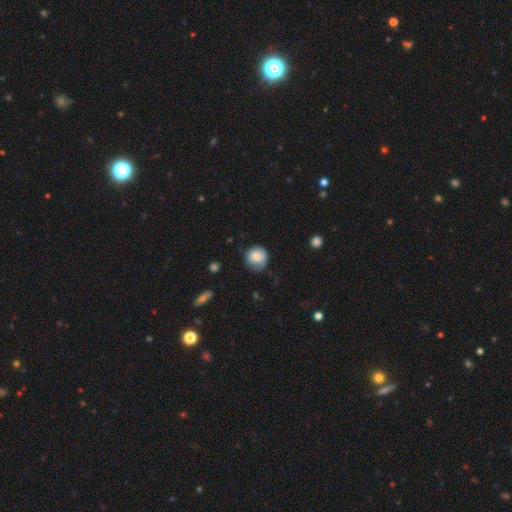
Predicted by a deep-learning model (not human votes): smooth_or_featured: smooth (p=0.79) [alt: featured or disk p=0.13]
how_rounded: round (p=0.88) [alt: in between p=0.11]
merging: none (p=0.61) [alt: minor disturbance p=0.29]